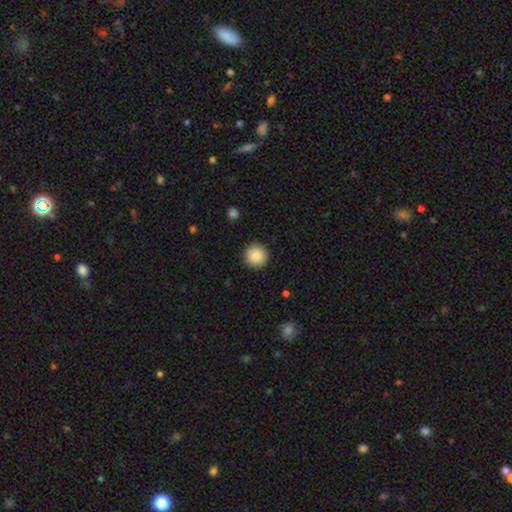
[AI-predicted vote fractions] A smooth galaxy with no disk features (87%) that is round (95%).

Vote fractions:
- Smooth or featured? smooth: 87% / star or artifact: 8% / featured or disk: 5%
- How rounded? round: 95% / in between: 4% / cigar-shaped: 1%
- Merging? none: 91% / minor disturbance: 6% / major disturbance: 2% / merger: 1%